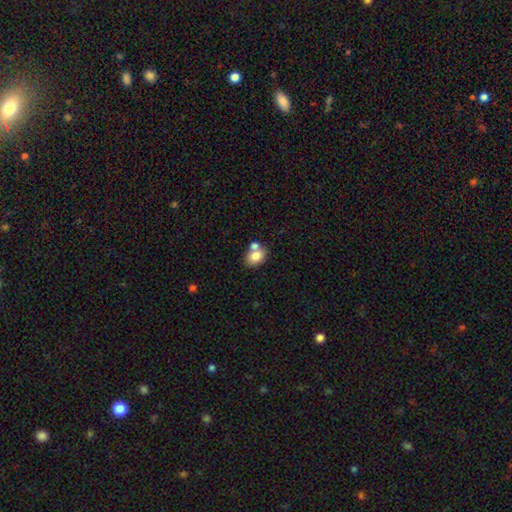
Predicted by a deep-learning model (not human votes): This is likely a smooth galaxy (79%). How rounded: likely in between (65%). Merging: possibly none (49%).